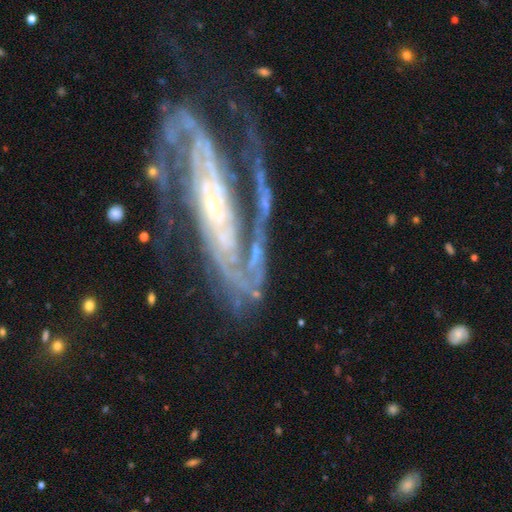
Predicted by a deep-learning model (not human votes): Smooth or featured?
  - featured or disk: 85% *
  - star or artifact: 7%
  - smooth: 7%
Edge-on disk?
  - no: 89% *
  - yes: 11%
Bar?
  - no: 50% *
  - weak: 28%
  - strong: 23%
Spiral arms?
  - yes: 92% *
  - no: 8%
Spiral winding?
  - tight: 40% *
  - medium: 37%
  - loose: 22%
Spiral arm count?
  - 2: 48% *
  - can't tell: 21%
  - 3: 10%
  - 1: 9%
  - 4: 6%
  - more than 4: 6%
Bulge size?
  - small: 59% *
  - moderate: 28%
  - none: 6%
  - large: 4%
  - dominant: 2%
Merging?
  - none: 41% *
  - major disturbance: 28%
  - minor disturbance: 17%
  - merger: 15%